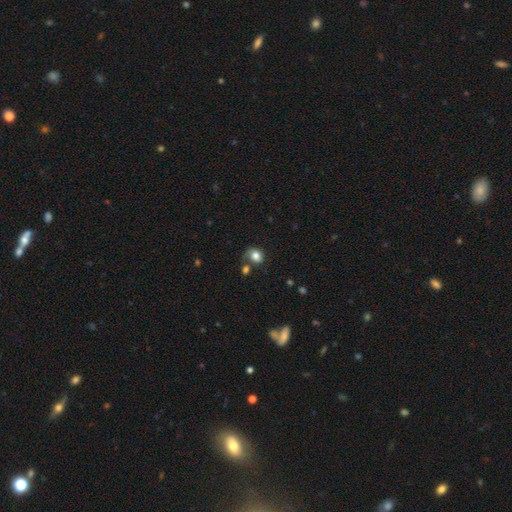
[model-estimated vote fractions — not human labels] Smooth or featured?
  - smooth: 79% *
  - featured or disk: 11%
  - star or artifact: 10%
How rounded?
  - round: 58% *
  - in between: 41%
  - cigar-shaped: 1%
Merging?
  - none: 53% *
  - minor disturbance: 23%
  - merger: 13%
  - major disturbance: 10%